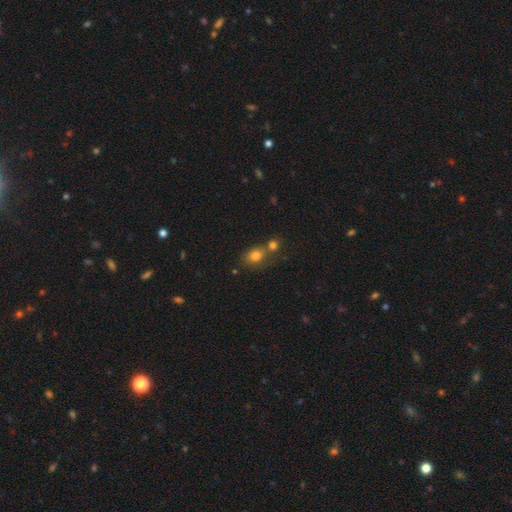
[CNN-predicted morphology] Smooth or featured: smooth — 78% (star or artifact — 12%)
How rounded: in between — 58% (round — 40%)
Merging: none — 43% (merger — 40%)